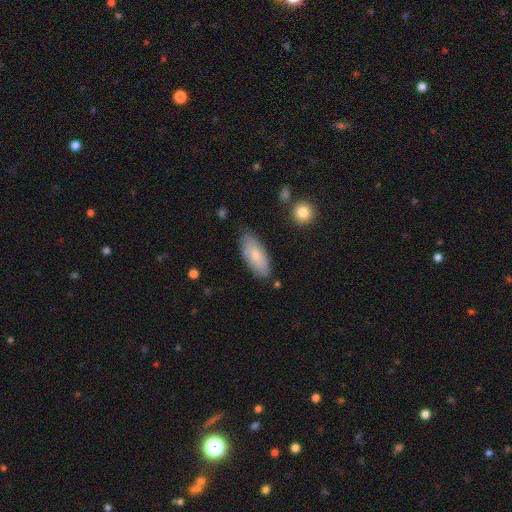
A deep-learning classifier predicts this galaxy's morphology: A smooth galaxy with no disk features (73%) that is in between round and cigar-shaped (84%).

Vote fractions:
- Smooth or featured? smooth: 73% / featured or disk: 21% / star or artifact: 6%
- How rounded? in between: 84% / cigar-shaped: 14% / round: 2%
- Merging? none: 80% / minor disturbance: 15% / major disturbance: 3% / merger: 2%